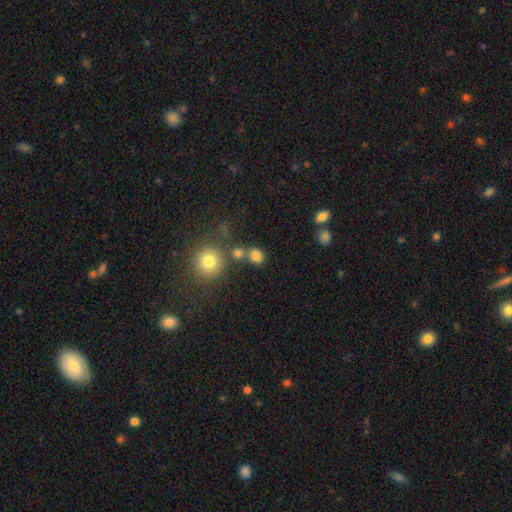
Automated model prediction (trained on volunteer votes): This is likely a smooth galaxy (79%). How rounded: likely round (67%). Merging: likely none (63%).